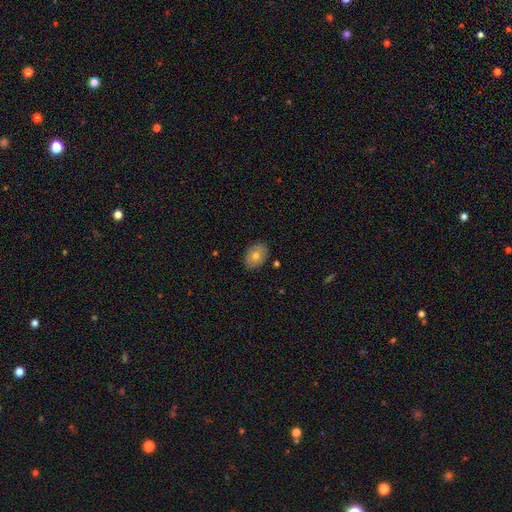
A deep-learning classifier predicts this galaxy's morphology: Q: Smooth or featured?
A: smooth (67%); runner-up: featured or disk (25%)
Q: How rounded?
A: in between (72%); runner-up: round (27%)
Q: Merging?
A: none (86%); runner-up: minor disturbance (10%)